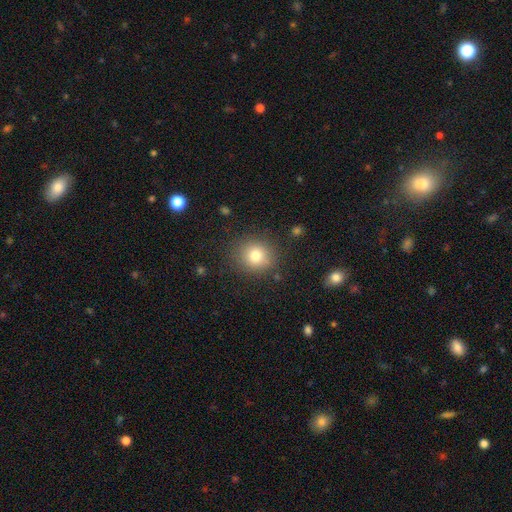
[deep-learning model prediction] The model was most divided on "smooth or featured": smooth: 77%, star or artifact: 13%, featured or disk: 10%. More confident: merging — none (86%); how rounded — round (85%).